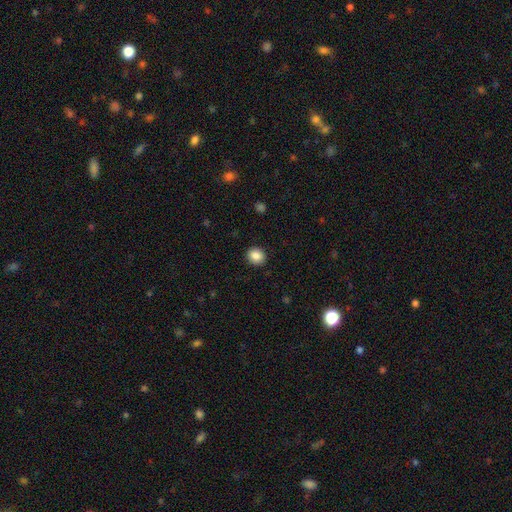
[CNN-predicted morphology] smooth 87%, star or artifact 9%, featured or disk 4%. Down the decision tree: how rounded — round (75%); merging — none (91%).